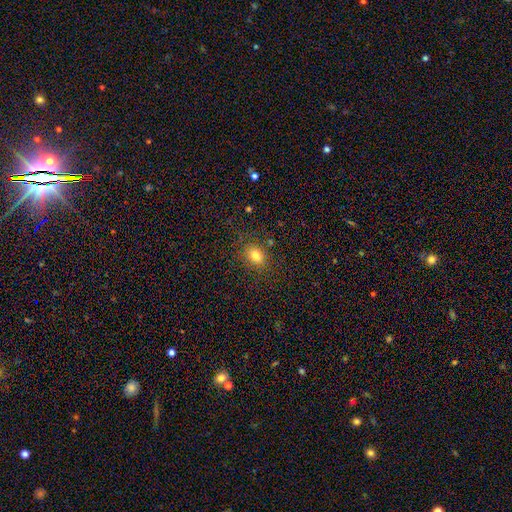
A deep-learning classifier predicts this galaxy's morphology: Q: Smooth or featured?
A: smooth (78%); runner-up: star or artifact (14%)
Q: How rounded?
A: in between (52%); runner-up: round (47%)
Q: Merging?
A: none (82%); runner-up: minor disturbance (11%)